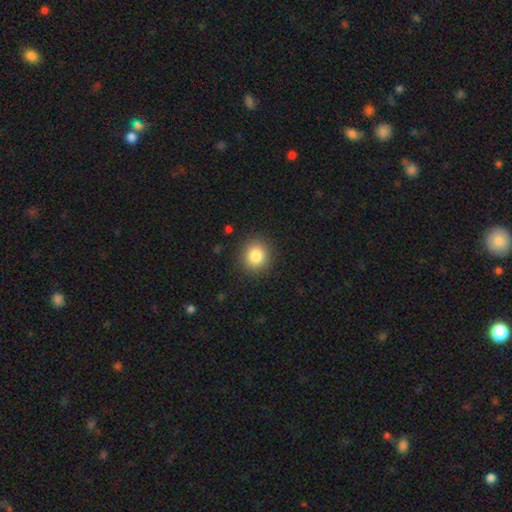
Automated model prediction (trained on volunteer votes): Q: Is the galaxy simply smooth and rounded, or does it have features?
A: smooth — 84%.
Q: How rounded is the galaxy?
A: round — 85%.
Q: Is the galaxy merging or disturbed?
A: none — 89%.